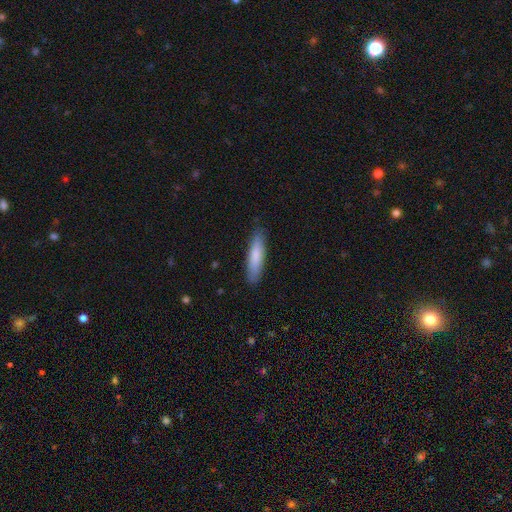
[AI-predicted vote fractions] Smooth or featured? smooth (80%)
How rounded? cigar-shaped (77%)
Merging? none (87%)